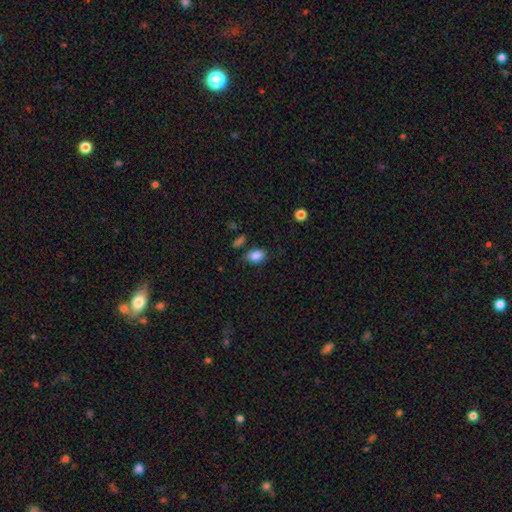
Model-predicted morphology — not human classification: Overall: smooth (86%). How rounded: in between (85%). Merging: none (74%).